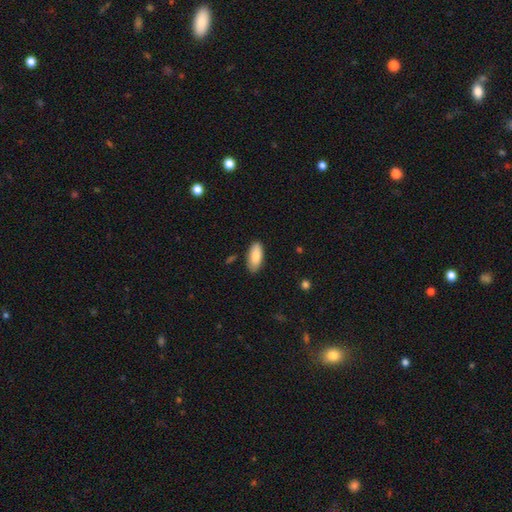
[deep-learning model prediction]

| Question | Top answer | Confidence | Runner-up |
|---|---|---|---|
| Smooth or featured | smooth | 86% | featured or disk (8%) |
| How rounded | in between | 85% | cigar-shaped (13%) |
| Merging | none | 85% | minor disturbance (11%) |